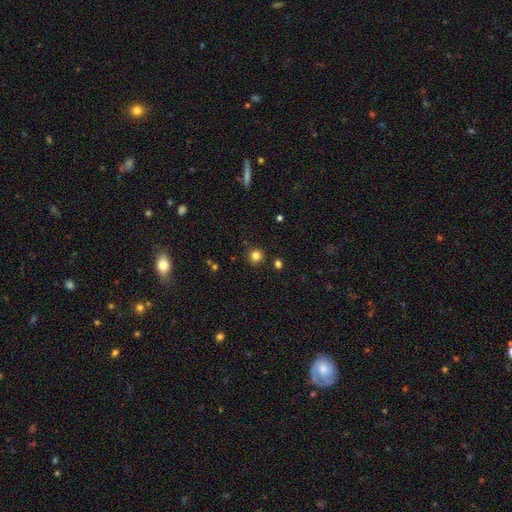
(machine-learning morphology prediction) This is clearly a smooth galaxy (83%). How rounded: clearly round (93%). Merging: clearly none (88%).